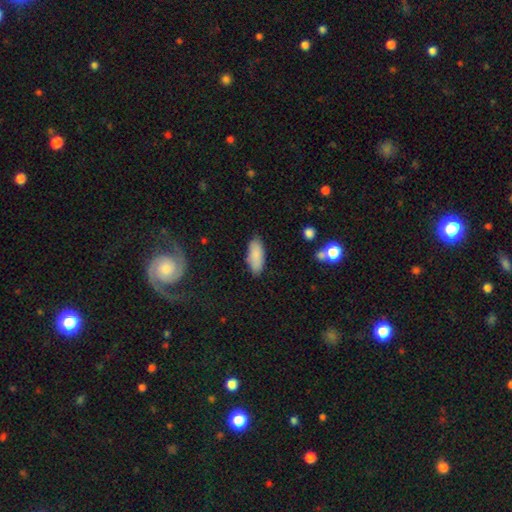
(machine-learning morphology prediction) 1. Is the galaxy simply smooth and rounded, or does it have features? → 87% smooth, 7% star or artifact, 6% featured or disk.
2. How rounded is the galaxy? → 82% in between, 16% cigar-shaped, 2% round.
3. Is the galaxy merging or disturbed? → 83% none, 13% minor disturbance, 3% major disturbance, 2% merger.